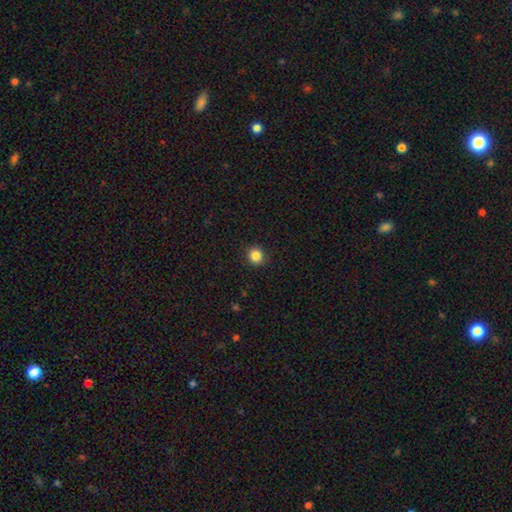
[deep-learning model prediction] smooth 85%, star or artifact 11%, featured or disk 4%. Down the decision tree: how rounded — round (88%); merging — none (91%).